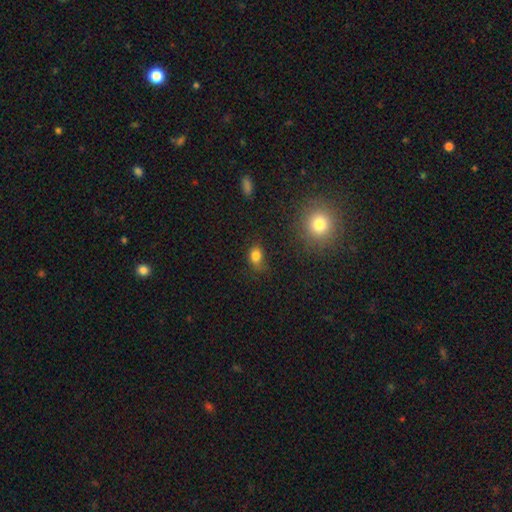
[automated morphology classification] smooth 81%, star or artifact 12%, featured or disk 7%. Down the decision tree: how rounded — in between (64%); merging — none (61%).